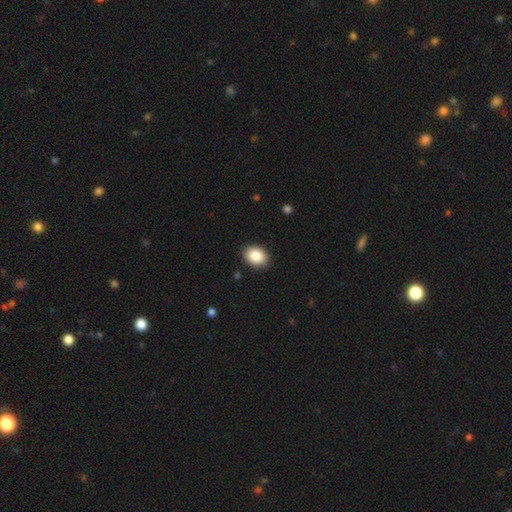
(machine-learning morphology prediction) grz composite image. It shows a smooth galaxy with no disk features (87%) that is in between round and cigar-shaped (72%). Merging: none (89%).